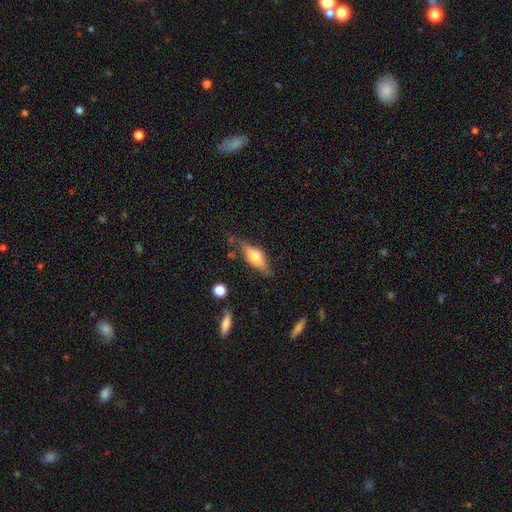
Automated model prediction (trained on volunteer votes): A featured or disk galaxy (50%).

Vote fractions:
- Smooth or featured? featured or disk: 50% / smooth: 43% / star or artifact: 7%
- Merging? none: 71% / minor disturbance: 20% / major disturbance: 6% / merger: 3%